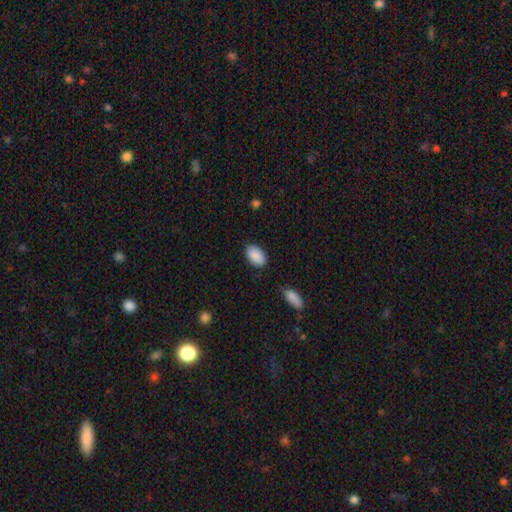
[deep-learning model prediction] smooth 90%, star or artifact 6%, featured or disk 4%. Down the decision tree: how rounded — in between (92%); merging — none (83%).